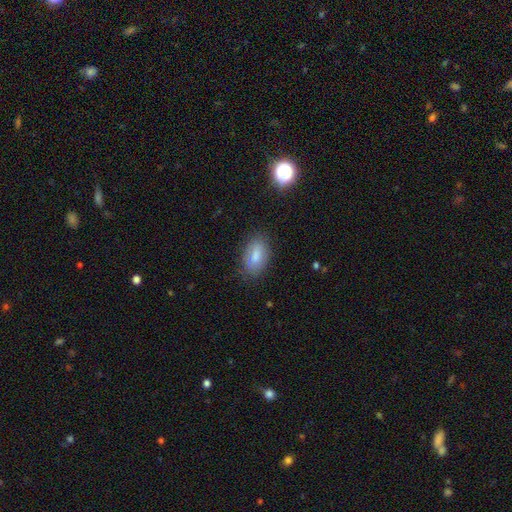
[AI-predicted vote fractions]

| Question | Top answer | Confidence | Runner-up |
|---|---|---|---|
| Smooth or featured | smooth | 76% | featured or disk (16%) |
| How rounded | in between | 91% | round (6%) |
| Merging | none | 79% | minor disturbance (15%) |